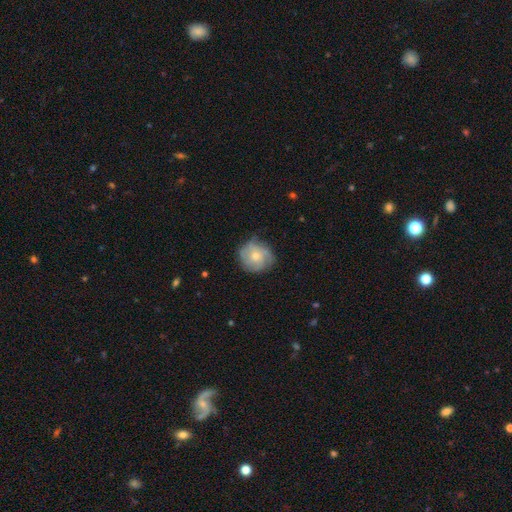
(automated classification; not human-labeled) featured or disk 52%, smooth 40%, star or artifact 8%. Down the decision tree: edge-on disk — no (97%); bar — no (82%); spiral arms — yes (77%); bulge size — moderate (53%); merging — none (69%).